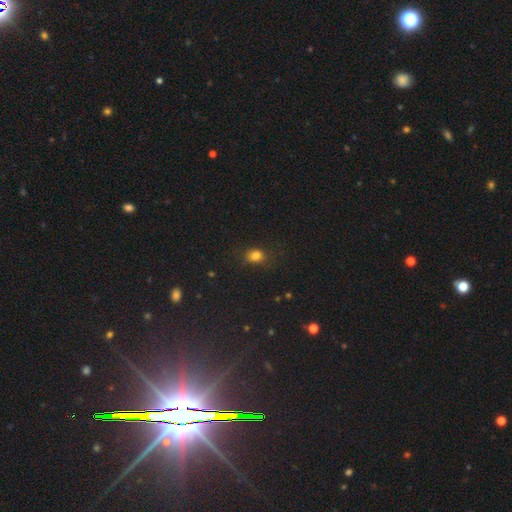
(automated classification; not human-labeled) Morphology: type=smooth (79%); roundness=round (52%); merging=none (75%).